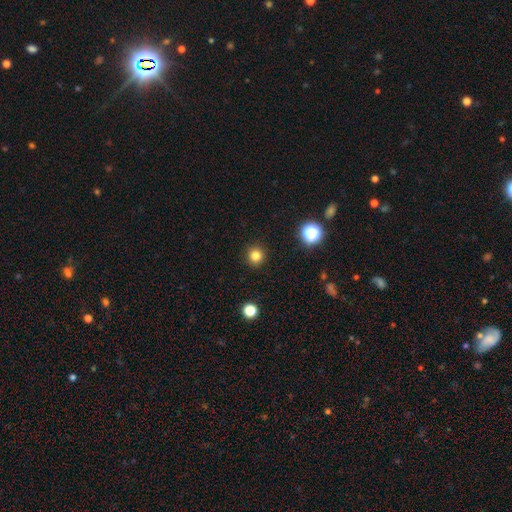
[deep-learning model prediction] The model was most divided on "smooth or featured": smooth: 81%, star or artifact: 14%, featured or disk: 5%. More confident: how rounded — round (94%); merging — none (92%).